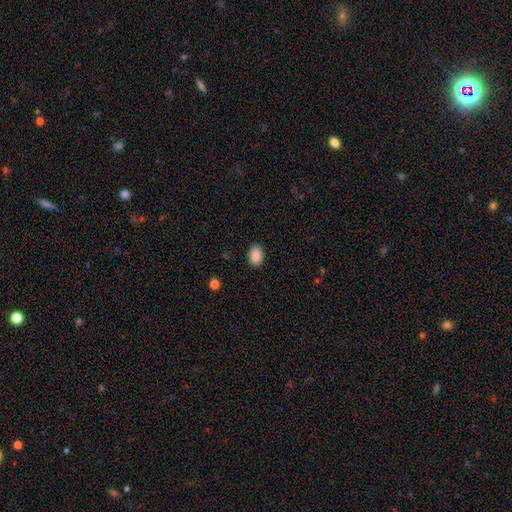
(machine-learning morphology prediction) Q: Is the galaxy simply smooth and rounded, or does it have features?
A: smooth — 89%.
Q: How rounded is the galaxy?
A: in between — 83%.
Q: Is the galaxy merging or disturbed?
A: none — 86%.